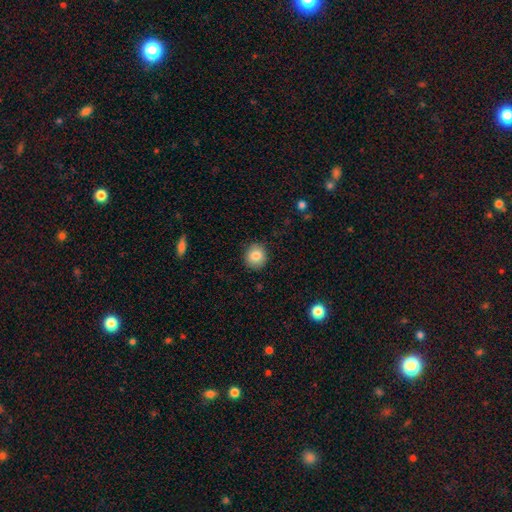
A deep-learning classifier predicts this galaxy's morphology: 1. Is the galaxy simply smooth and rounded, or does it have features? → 84% smooth, 9% star or artifact, 7% featured or disk.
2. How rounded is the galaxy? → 87% round, 12% in between, 1% cigar-shaped.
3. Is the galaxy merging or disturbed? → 89% none, 8% minor disturbance, 2% major disturbance, 1% merger.